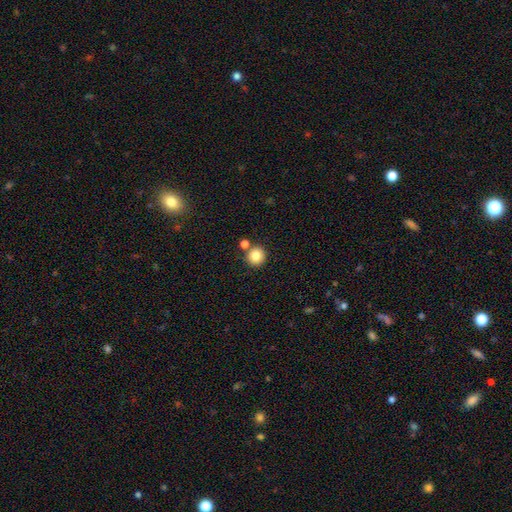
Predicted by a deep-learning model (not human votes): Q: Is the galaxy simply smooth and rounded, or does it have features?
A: smooth — 83%.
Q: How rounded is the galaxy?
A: round — 94%.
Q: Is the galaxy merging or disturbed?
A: none — 79%.